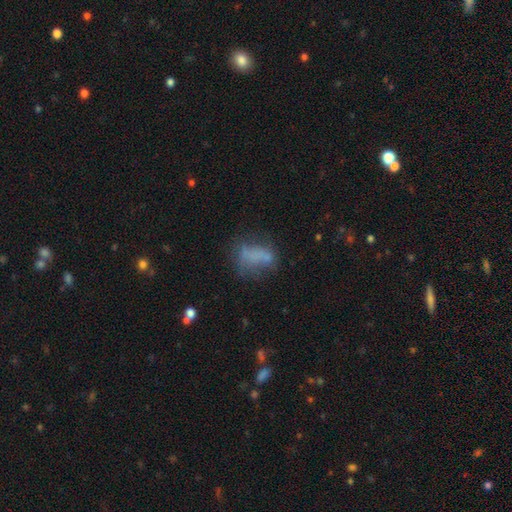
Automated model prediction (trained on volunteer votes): A smooth galaxy with no disk features (56%) that is in between round and cigar-shaped (78%). Merging: none (40%).